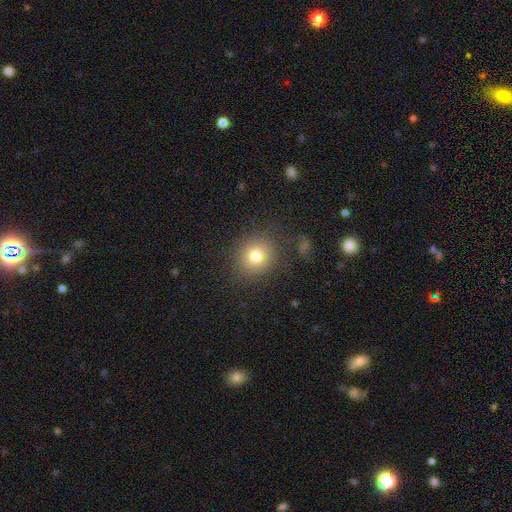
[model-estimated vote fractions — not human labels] This is likely a smooth galaxy (70%). How rounded: clearly round (86%). Merging: clearly none (89%).